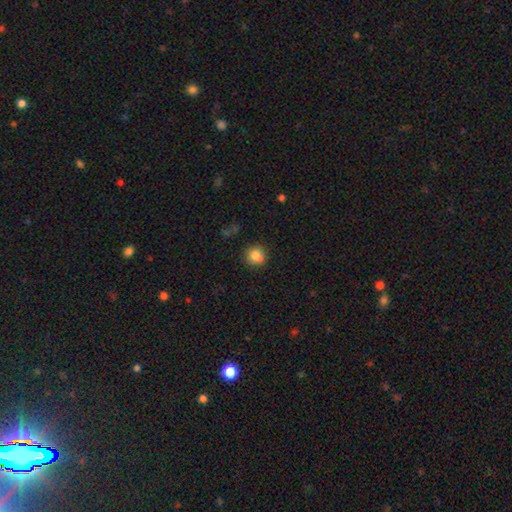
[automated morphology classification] smooth_or_featured: smooth (p=0.82) [alt: star or artifact p=0.11]
how_rounded: round (p=0.82) [alt: in between p=0.17]
merging: none (p=0.74) [alt: minor disturbance p=0.17]